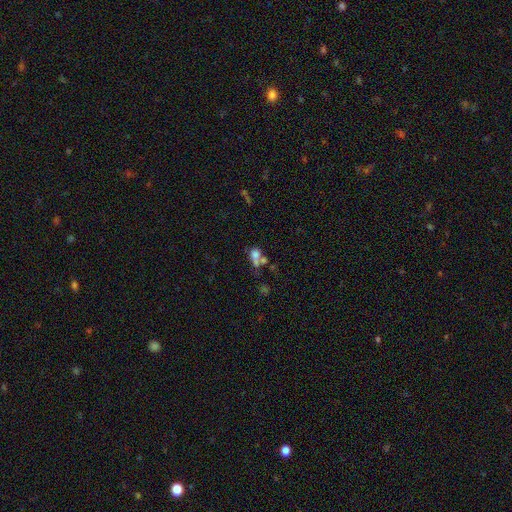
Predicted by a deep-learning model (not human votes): smooth-or-featured: smooth: 64% | featured or disk: 20% | star or artifact: 16%
  how-rounded: in between: 56% | round: 39% | cigar-shaped: 4%
  merging: merger: 49% | none: 27% | major disturbance: 13% | minor disturbance: 11%